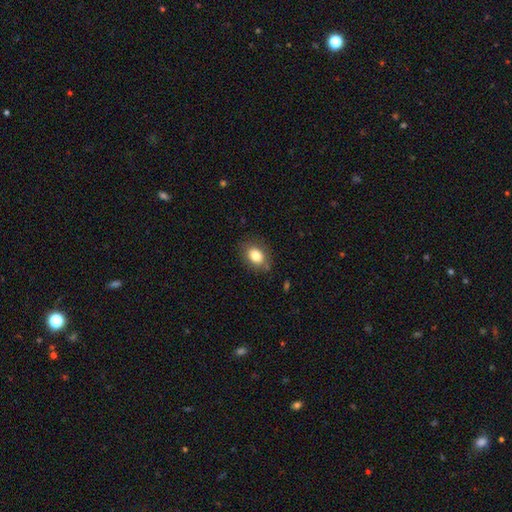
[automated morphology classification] Smooth or featured: smooth — 81% (featured or disk — 10%)
How rounded: in between — 65% (round — 34%)
Merging: none — 78% (minor disturbance — 16%)